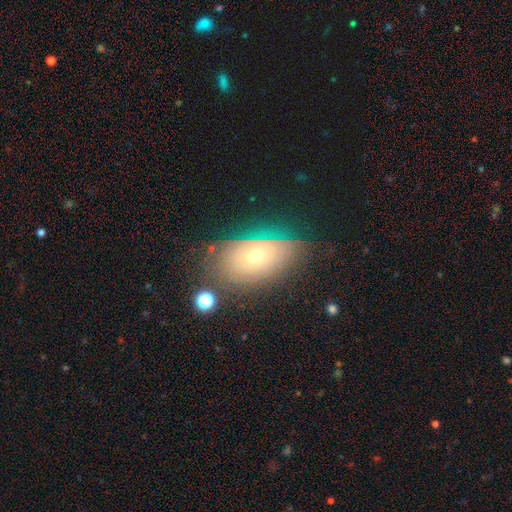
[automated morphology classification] This is possibly a featured or disk galaxy (54%). It is clearly not viewed edge-on (88%). Merging: likely none (69%).